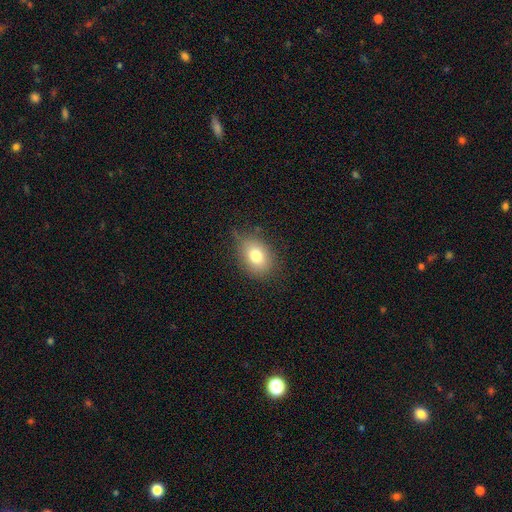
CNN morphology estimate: Smooth or featured?
  - smooth: 77% *
  - featured or disk: 12%
  - star or artifact: 10%
How rounded?
  - in between: 72% *
  - round: 27%
  - cigar-shaped: 1%
Merging?
  - none: 73% *
  - minor disturbance: 21%
  - major disturbance: 5%
  - merger: 1%